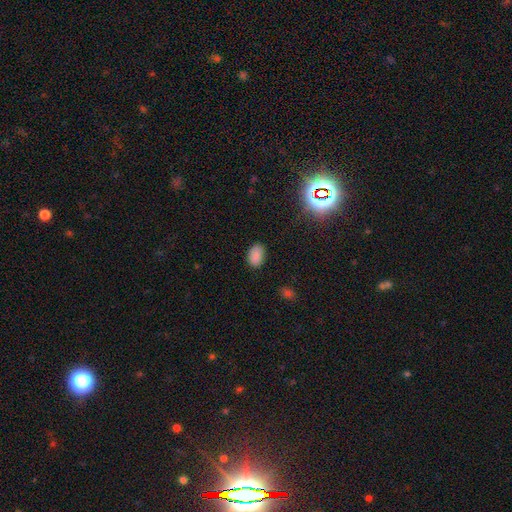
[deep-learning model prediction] Smooth or featured? Predicted: smooth (p=0.84). How rounded? Predicted: in between (p=0.89). Merging? Predicted: none (p=0.84).